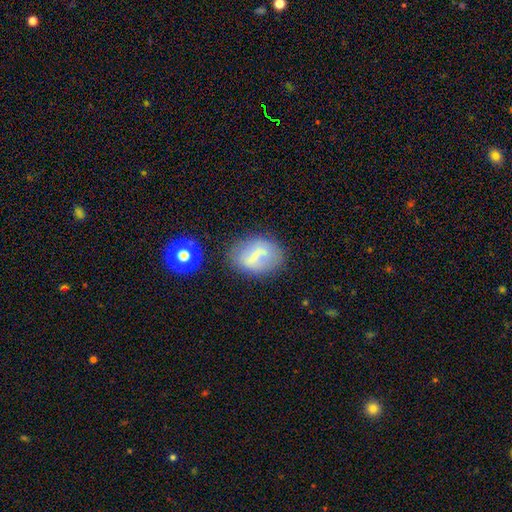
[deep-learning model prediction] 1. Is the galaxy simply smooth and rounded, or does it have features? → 54% smooth, 35% featured or disk, 11% star or artifact.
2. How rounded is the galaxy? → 71% in between, 27% round, 3% cigar-shaped.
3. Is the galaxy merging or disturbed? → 69% none, 18% minor disturbance, 8% major disturbance, 5% merger.